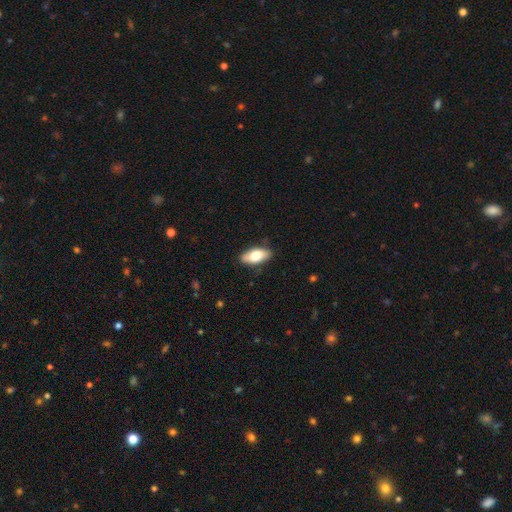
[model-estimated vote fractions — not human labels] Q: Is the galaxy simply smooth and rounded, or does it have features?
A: smooth — 73%.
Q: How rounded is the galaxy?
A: in between — 89%.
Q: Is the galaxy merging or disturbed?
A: none — 85%.